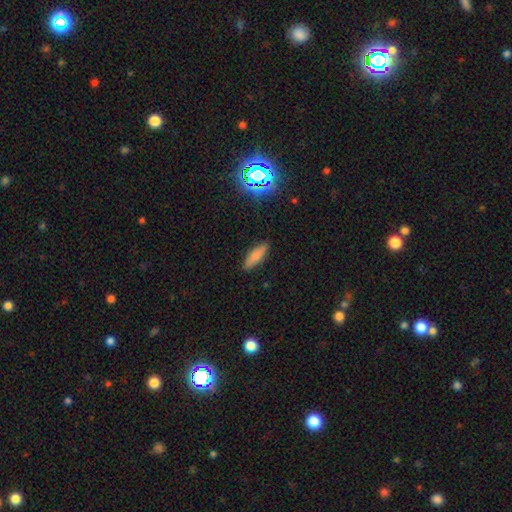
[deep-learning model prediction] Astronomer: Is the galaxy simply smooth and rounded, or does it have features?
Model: smooth — 80%.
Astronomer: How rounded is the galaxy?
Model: cigar-shaped — 54% (runner-up: in between, 44%).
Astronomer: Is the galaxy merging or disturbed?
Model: none — 87%.